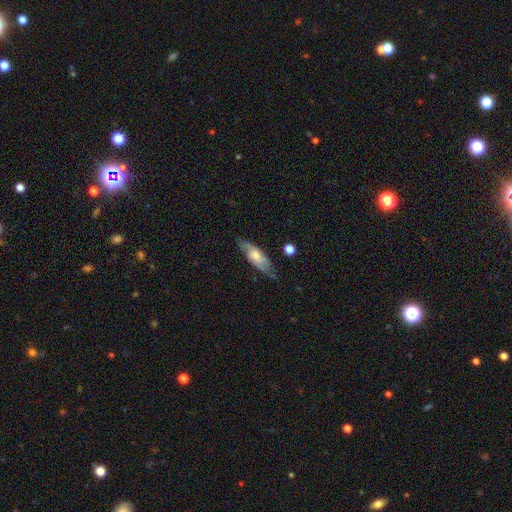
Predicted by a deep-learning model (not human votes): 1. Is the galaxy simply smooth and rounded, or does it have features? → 50% featured or disk, 43% smooth, 7% star or artifact.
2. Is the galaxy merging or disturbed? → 68% none, 23% minor disturbance, 6% major disturbance, 2% merger.